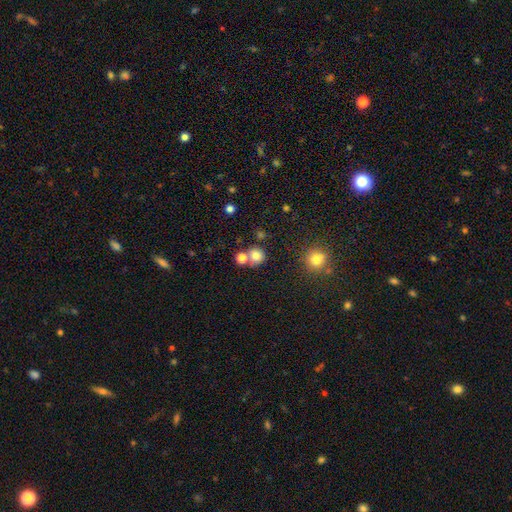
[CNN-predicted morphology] Smooth or featured: smooth — 78% (star or artifact — 13%)
How rounded: round — 84% (in between — 15%)
Merging: none — 58% (merger — 29%)